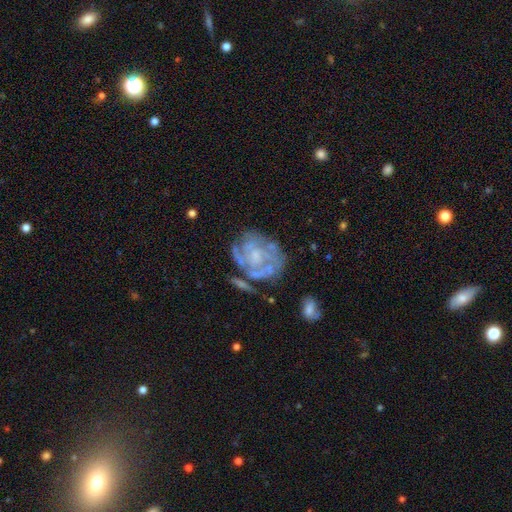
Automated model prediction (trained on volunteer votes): A featured or disk galaxy (76%) with no bar (74%), tight (60%) spiral arms (74%) and a small central bulge (46%). Merging: none (54%).